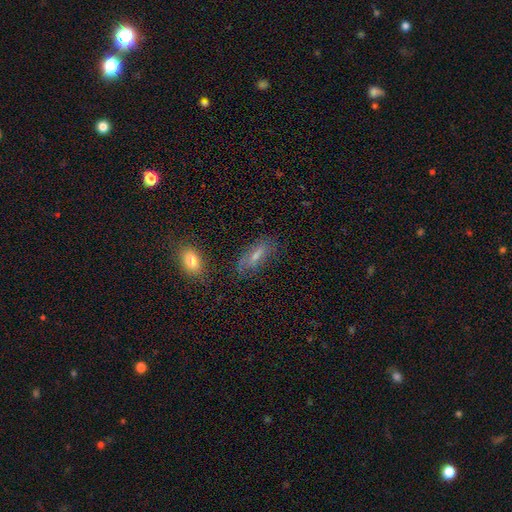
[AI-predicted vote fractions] Smooth or featured?
  - smooth: 55% *
  - featured or disk: 31%
  - star or artifact: 14%
How rounded?
  - in between: 69% *
  - cigar-shaped: 27%
  - round: 4%
Merging?
  - none: 72% *
  - minor disturbance: 19%
  - major disturbance: 7%
  - merger: 3%